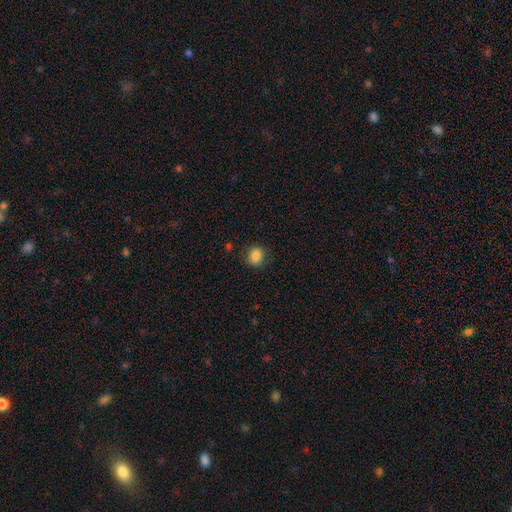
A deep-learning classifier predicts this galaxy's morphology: Smooth or featured? Predicted: smooth (p=0.86). How rounded? Predicted: round (p=0.63). Merging? Predicted: none (p=0.82).